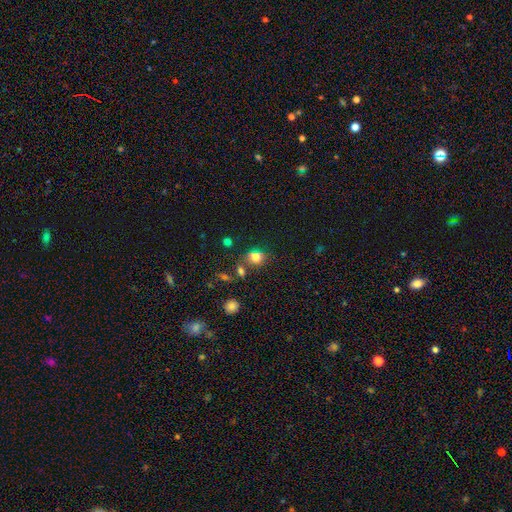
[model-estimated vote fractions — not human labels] The model was most divided on "how rounded": round: 52%, in between: 47%, cigar-shaped: 2%. More confident: smooth or featured — smooth (75%); merging — none (63%).